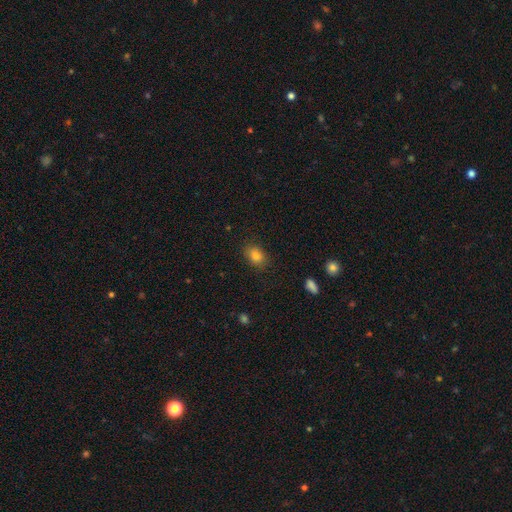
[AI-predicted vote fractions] Overall: smooth (83%). How rounded: in between (72%). Merging: none (86%).